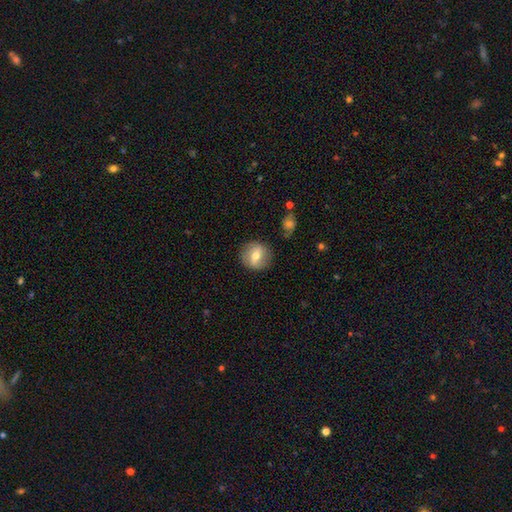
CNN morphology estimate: Smooth or featured: smooth — 55% (featured or disk — 37%)
How rounded: round — 85% (in between — 14%)
Merging: none — 84% (minor disturbance — 11%)